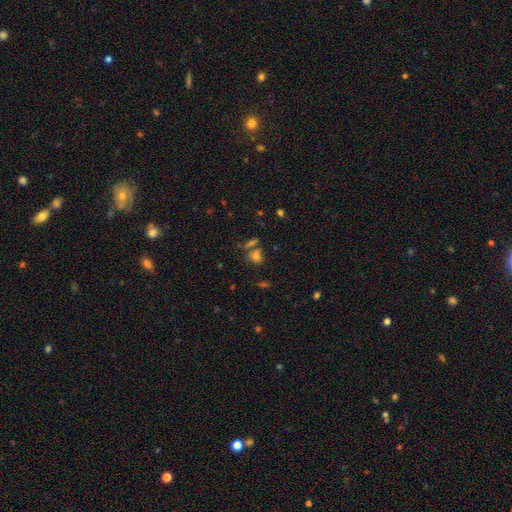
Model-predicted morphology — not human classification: Q: Smooth or featured?
A: smooth (68%); runner-up: star or artifact (22%)
Q: How rounded?
A: round (53%); runner-up: in between (43%)
Q: Merging?
A: none (56%); runner-up: merger (25%)